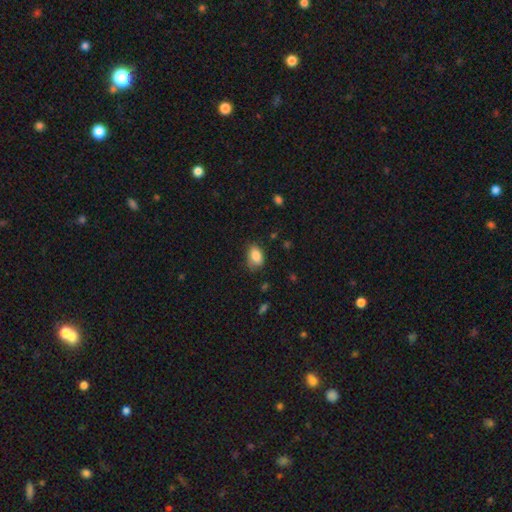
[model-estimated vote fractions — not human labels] This appears to be a smooth galaxy with no disk features (85%) that is in between round and cigar-shaped (87%). Merging: none (65%).